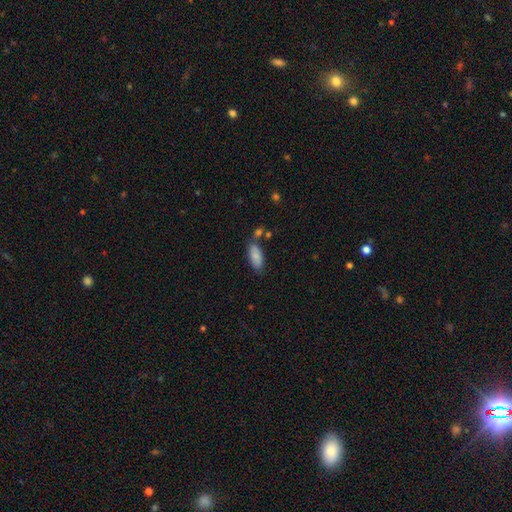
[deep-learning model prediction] Q: Smooth or featured?
A: smooth (84%); runner-up: featured or disk (9%)
Q: How rounded?
A: in between (86%); runner-up: cigar-shaped (12%)
Q: Merging?
A: none (67%); runner-up: minor disturbance (18%)